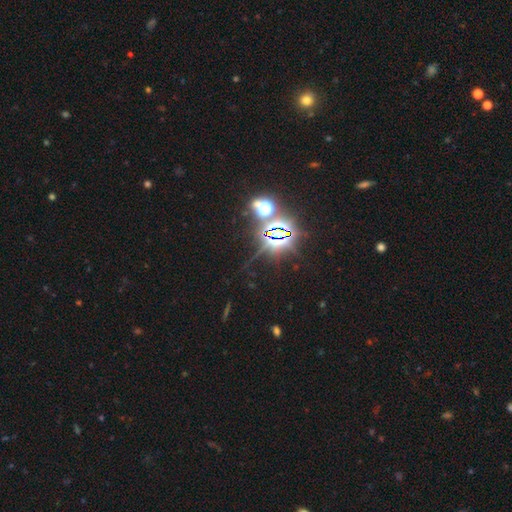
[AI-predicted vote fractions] This is clearly a star or artifact rather than a galaxy (80%).